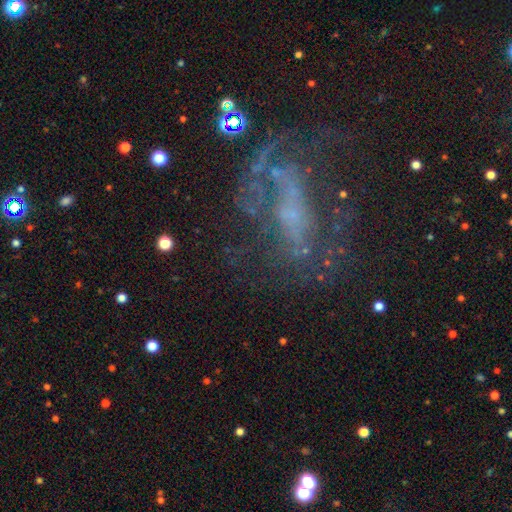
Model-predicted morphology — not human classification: A featured or disk galaxy (70%) with no bar (54%), spiral arms (67%) and a small central bulge (42%).

Vote fractions:
- Smooth or featured? featured or disk: 70% / star or artifact: 17% / smooth: 13%
- Edge-on disk? no: 95% / yes: 5%
- Bar? no: 54% / weak: 30% / strong: 16%
- Spiral arms? yes: 67% / no: 33%
- Bulge size? small: 42% / none: 40% / moderate: 14% / large: 3% / dominant: 2%
- Merging? none: 50% / major disturbance: 29% / minor disturbance: 17% / merger: 4%